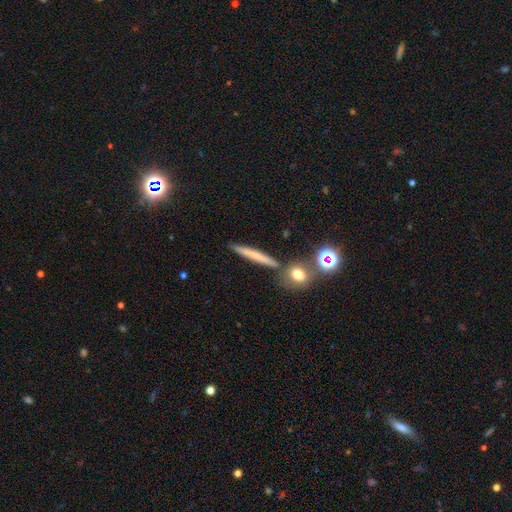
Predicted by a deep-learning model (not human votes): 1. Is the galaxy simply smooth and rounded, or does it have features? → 63% smooth, 27% featured or disk, 10% star or artifact.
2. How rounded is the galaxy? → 89% cigar-shaped, 6% round, 5% in between.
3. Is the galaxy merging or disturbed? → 82% none, 9% minor disturbance, 6% merger, 3% major disturbance.